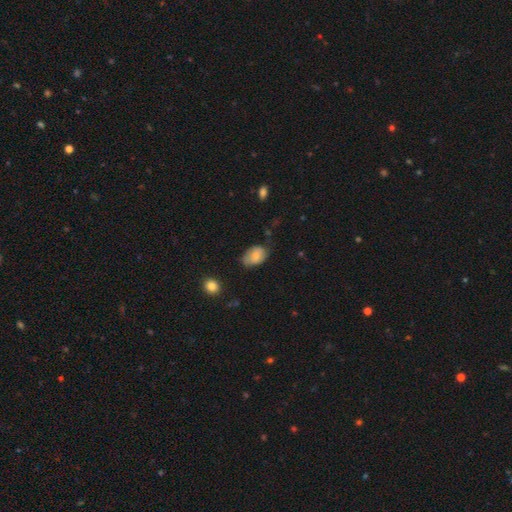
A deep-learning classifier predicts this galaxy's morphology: Smooth or featured? smooth (76%)
How rounded? in between (83%)
Merging? none (49%)